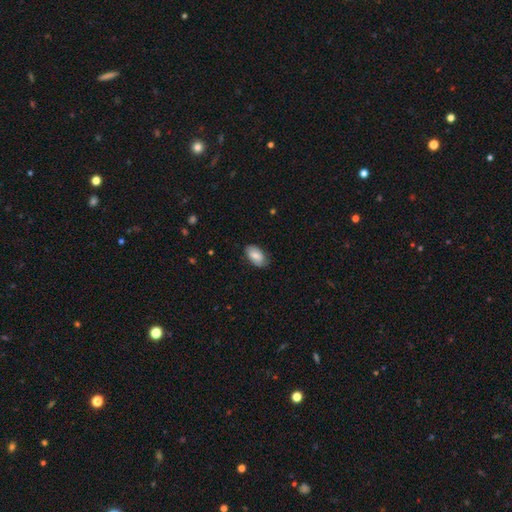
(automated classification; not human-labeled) smooth 71%, featured or disk 23%, star or artifact 6%. Down the decision tree: how rounded — in between (94%); merging — none (77%).